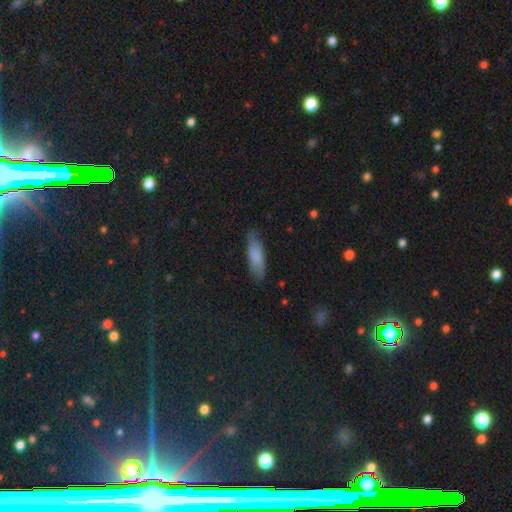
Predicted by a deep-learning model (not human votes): smooth 80%, featured or disk 14%, star or artifact 7%. Down the decision tree: how rounded — cigar-shaped (55%); merging — none (81%).